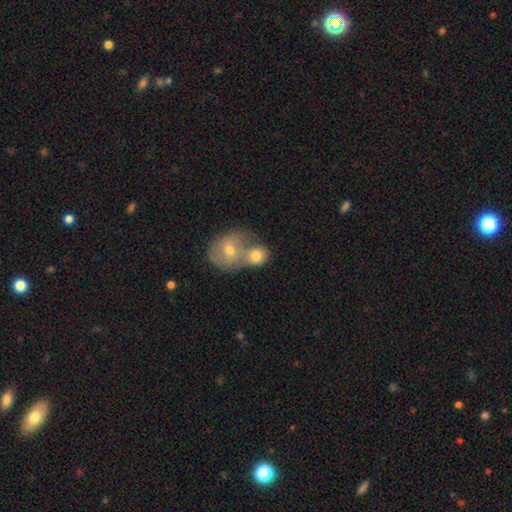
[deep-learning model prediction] Smooth or featured? Predicted: smooth (p=0.74). How rounded? Predicted: round (p=0.67). Merging? Predicted: merger (p=0.65).